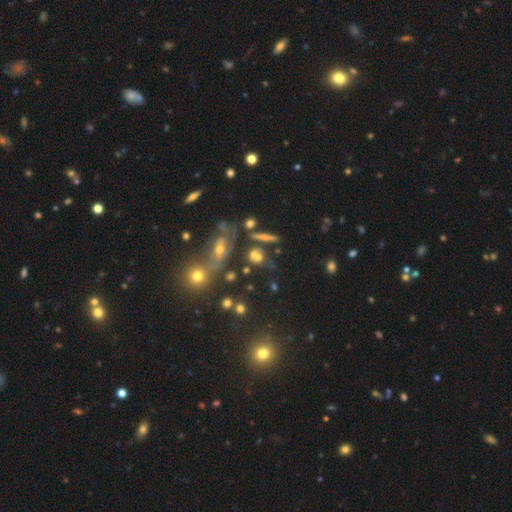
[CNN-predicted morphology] type=smooth (51%); roundness=round (42%); merging=none (56%).